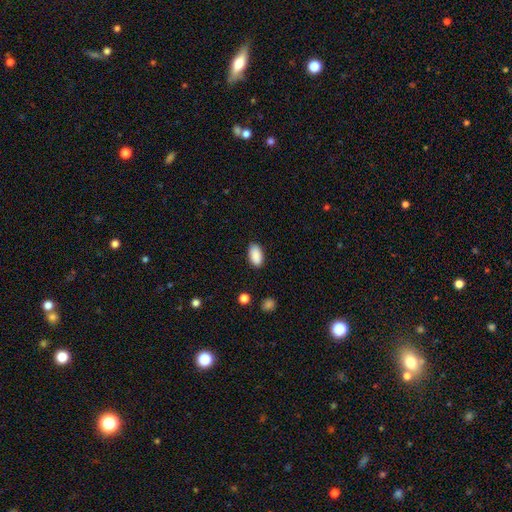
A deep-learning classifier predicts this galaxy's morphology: Smooth or featured? smooth (90%)
How rounded? in between (94%)
Merging? none (86%)